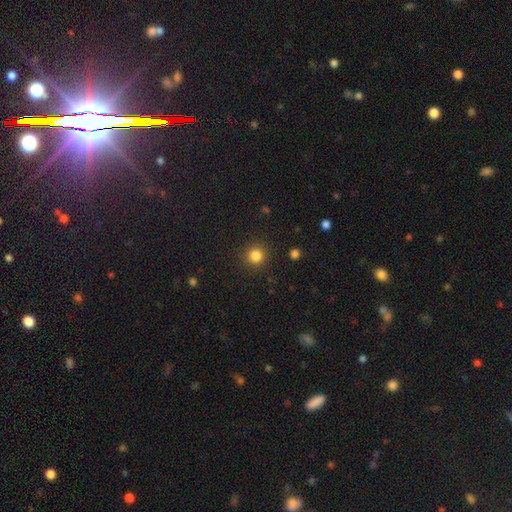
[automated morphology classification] Smooth or featured: smooth — 84% (star or artifact — 12%)
How rounded: round — 93% (in between — 6%)
Merging: none — 91% (minor disturbance — 6%)